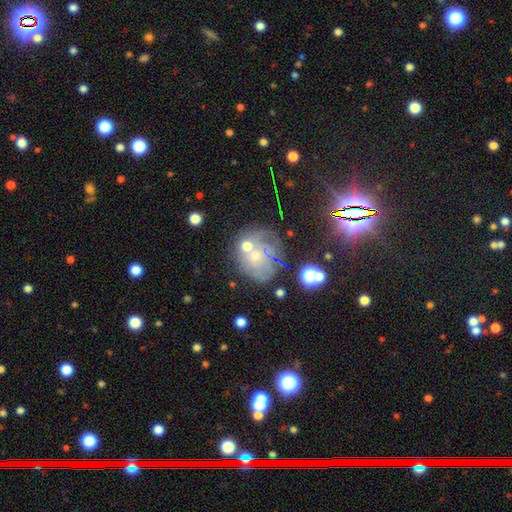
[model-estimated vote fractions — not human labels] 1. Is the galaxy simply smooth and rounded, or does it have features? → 48% featured or disk, 29% smooth, 23% star or artifact.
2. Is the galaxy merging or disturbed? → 52% none, 18% minor disturbance, 17% merger, 14% major disturbance.